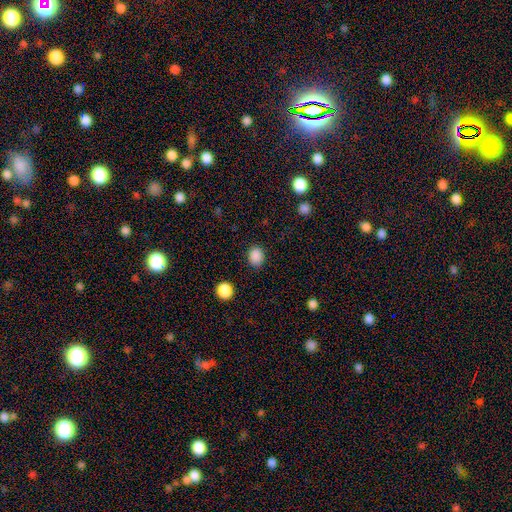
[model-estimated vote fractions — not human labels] This is clearly a smooth galaxy (87%). How rounded: possibly in between (53%). Merging: clearly none (87%).